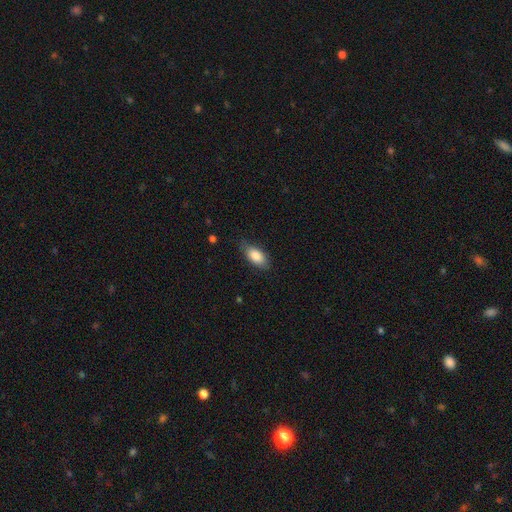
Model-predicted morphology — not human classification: smooth-or-featured: smooth: 84% | featured or disk: 10% | star or artifact: 7%
  how-rounded: in between: 90% | cigar-shaped: 7% | round: 3%
  merging: none: 75% | minor disturbance: 20% | major disturbance: 4% | merger: 1%